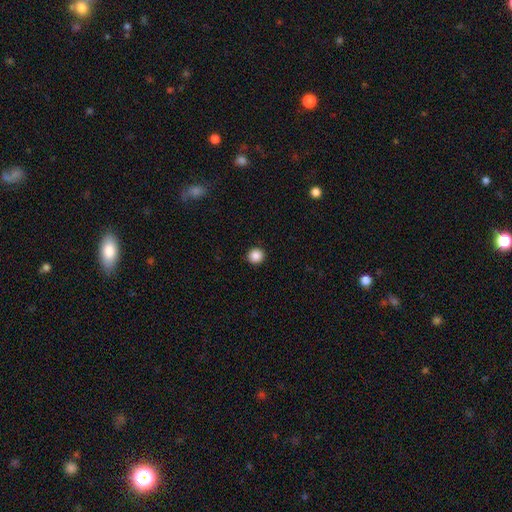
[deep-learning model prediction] Smooth or featured?
  - smooth: 87% *
  - star or artifact: 10%
  - featured or disk: 3%
How rounded?
  - round: 94% *
  - in between: 5%
  - cigar-shaped: 1%
Merging?
  - none: 93% *
  - minor disturbance: 4%
  - major disturbance: 1%
  - merger: 1%